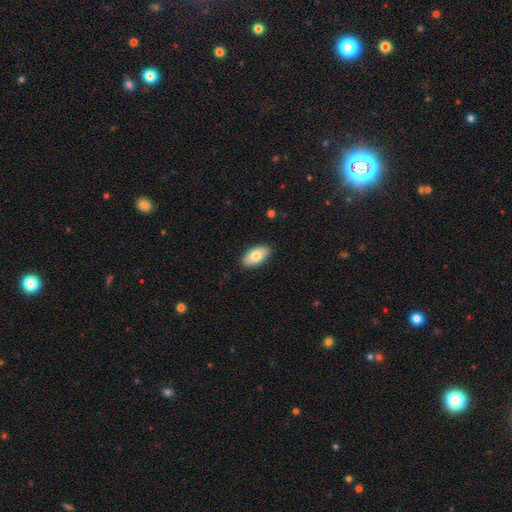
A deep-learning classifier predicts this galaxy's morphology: Smooth or featured: smooth — 76% (featured or disk — 17%)
How rounded: in between — 95% (round — 3%)
Merging: none — 87% (minor disturbance — 10%)